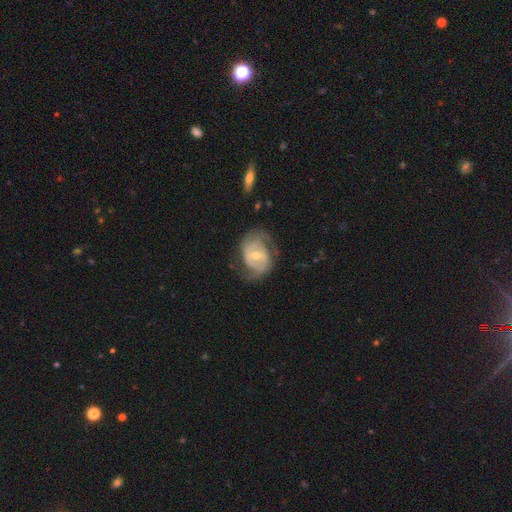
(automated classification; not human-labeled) Smooth or featured?
  - featured or disk: 80% *
  - smooth: 14%
  - star or artifact: 5%
Edge-on disk?
  - no: 97% *
  - yes: 3%
Bar?
  - weak: 49% *
  - no: 33%
  - strong: 18%
Spiral arms?
  - yes: 90% *
  - no: 10%
Spiral winding?
  - medium: 45% *
  - tight: 33%
  - loose: 22%
Spiral arm count?
  - 2: 74% *
  - can't tell: 14%
  - 3: 5%
  - 1: 4%
  - 4: 2%
  - more than 4: 1%
Bulge size?
  - moderate: 52% *
  - small: 44%
  - large: 2%
  - none: 1%
  - dominant: 1%
Merging?
  - none: 63% *
  - minor disturbance: 21%
  - major disturbance: 14%
  - merger: 1%